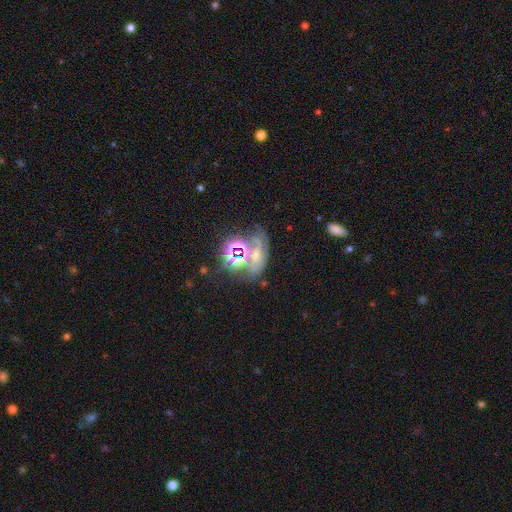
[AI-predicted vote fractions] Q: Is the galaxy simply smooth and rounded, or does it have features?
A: star or artifact — 42%.